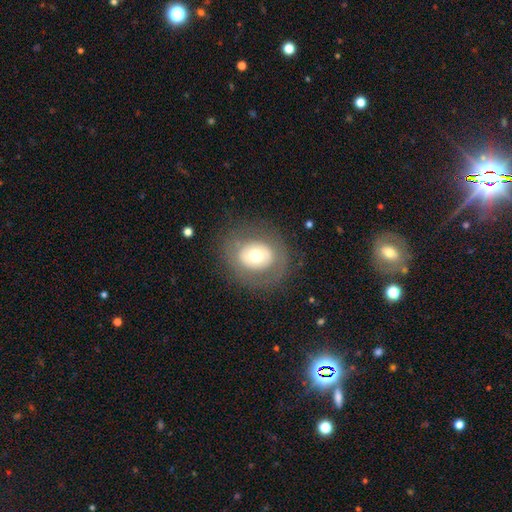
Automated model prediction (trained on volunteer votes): smooth-or-featured: smooth: 51% | featured or disk: 40% | star or artifact: 9%
  how-rounded: round: 78% | in between: 21% | cigar-shaped: 1%
  merging: none: 79% | minor disturbance: 11% | major disturbance: 9% | merger: 1%